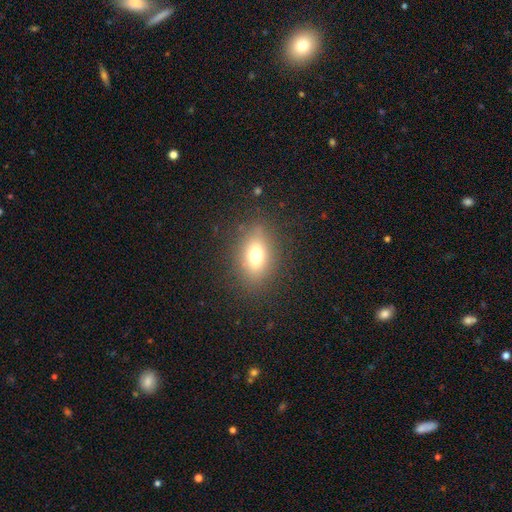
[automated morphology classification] Smooth or featured?
  - smooth: 69% *
  - featured or disk: 17%
  - star or artifact: 14%
How rounded?
  - in between: 73% *
  - round: 23%
  - cigar-shaped: 4%
Merging?
  - none: 83% *
  - minor disturbance: 11%
  - major disturbance: 5%
  - merger: 1%